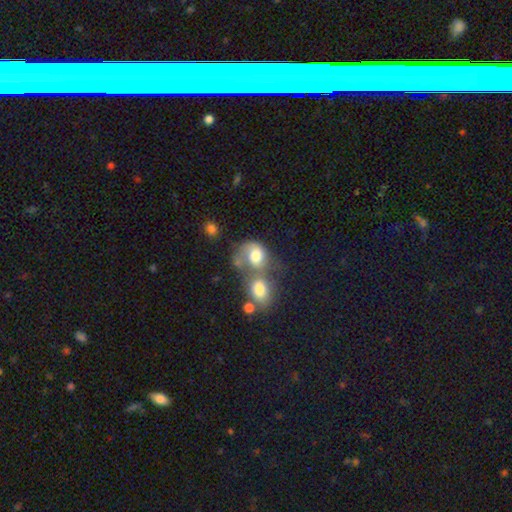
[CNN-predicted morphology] type=smooth (62%); roundness=in between (53%); merging=merger (62%).